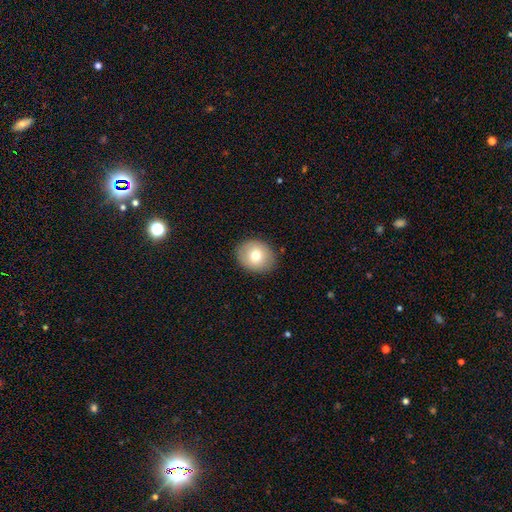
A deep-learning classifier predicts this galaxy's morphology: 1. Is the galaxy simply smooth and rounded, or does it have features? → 75% smooth, 16% featured or disk, 9% star or artifact.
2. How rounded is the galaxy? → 64% round, 35% in between, 1% cigar-shaped.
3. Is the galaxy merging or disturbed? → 87% none, 9% minor disturbance, 2% major disturbance, 1% merger.